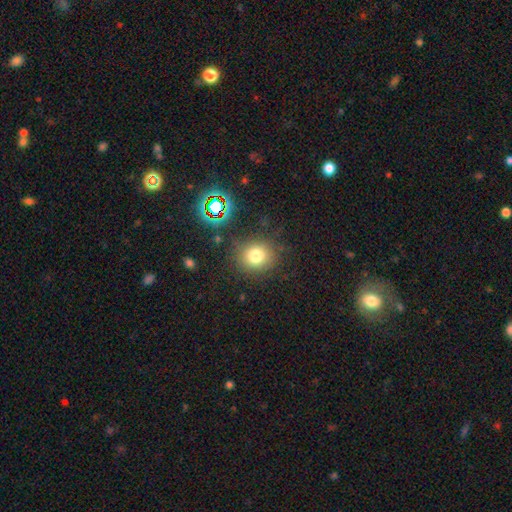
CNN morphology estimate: Smooth or featured: smooth — 75% (star or artifact — 17%)
How rounded: round — 81% (in between — 18%)
Merging: none — 82% (minor disturbance — 11%)